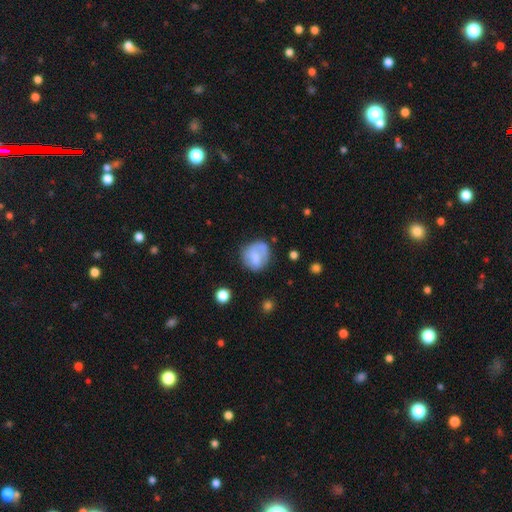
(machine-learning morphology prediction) smooth 66%, featured or disk 26%, star or artifact 8%. Down the decision tree: how rounded — round (73%); merging — none (52%).